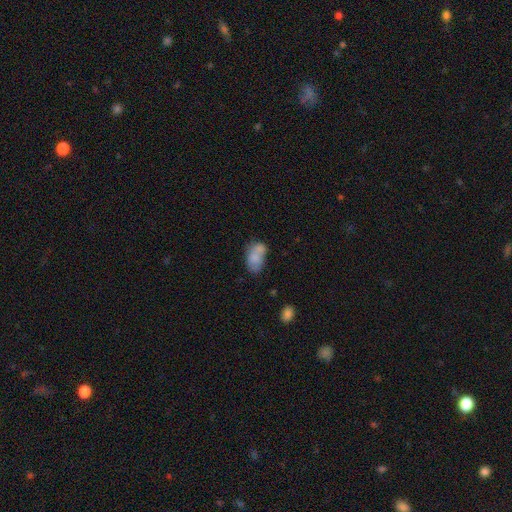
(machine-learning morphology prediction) smooth 75%, featured or disk 16%, star or artifact 9%. Down the decision tree: how rounded — in between (90%); merging — none (40%).